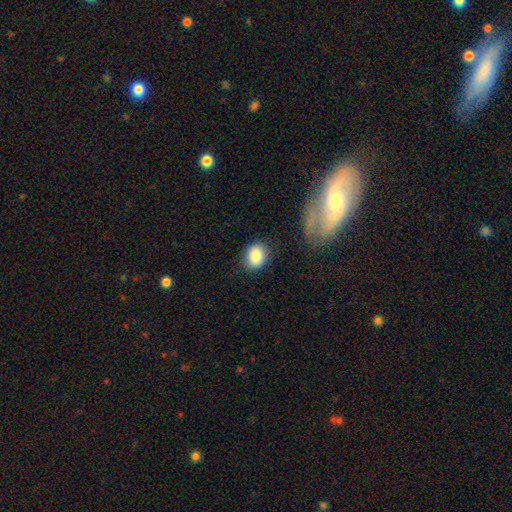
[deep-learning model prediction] smooth 84%, star or artifact 8%, featured or disk 8%. Down the decision tree: how rounded — round (55%); merging — none (77%).